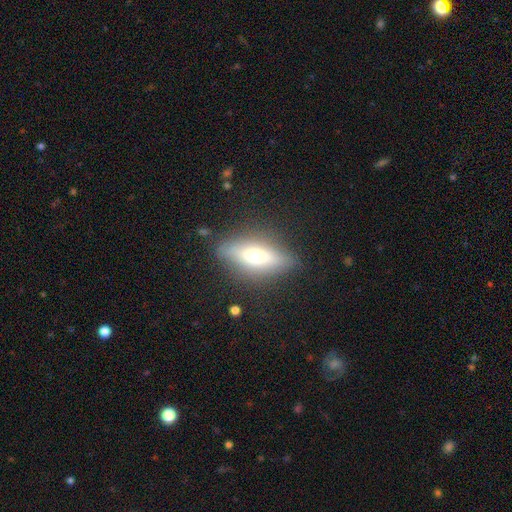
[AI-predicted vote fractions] featured or disk 46%, smooth 45%, star or artifact 9%. Down the decision tree: merging — none (80%).